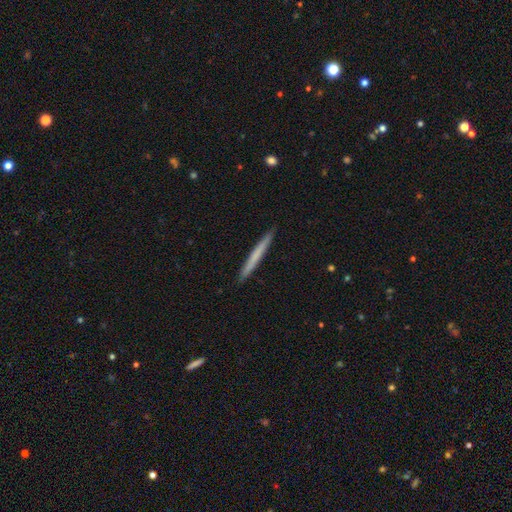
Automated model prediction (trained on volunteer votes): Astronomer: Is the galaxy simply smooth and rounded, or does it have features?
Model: smooth — 62%.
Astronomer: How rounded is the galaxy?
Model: cigar-shaped — 97%.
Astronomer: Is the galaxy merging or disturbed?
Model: none — 92%.